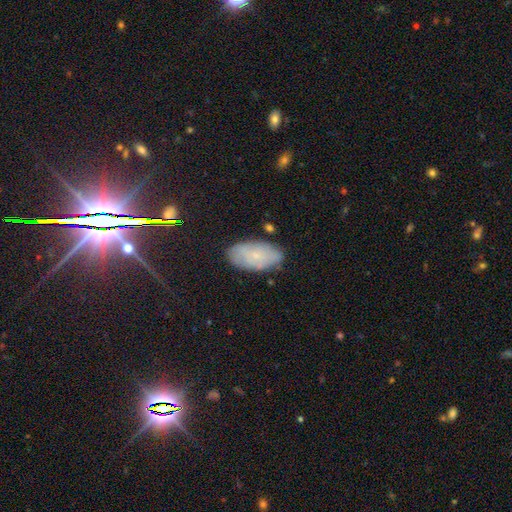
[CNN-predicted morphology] Smooth or featured? smooth (60%)
How rounded? in between (95%)
Merging? none (80%)